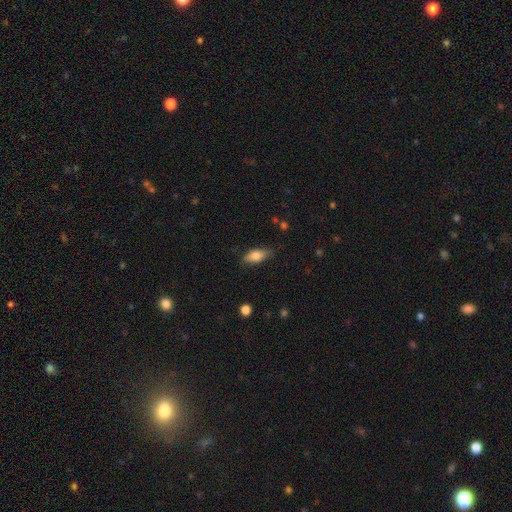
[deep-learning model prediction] Smooth or featured: smooth — 74% (featured or disk — 19%)
How rounded: in between — 79% (cigar-shaped — 18%)
Merging: none — 80% (minor disturbance — 16%)